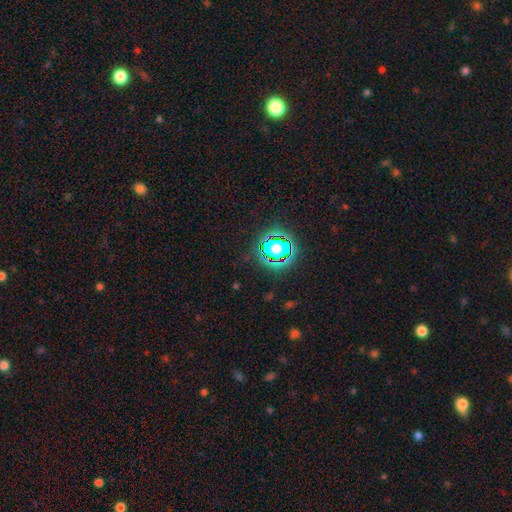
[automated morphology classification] Smooth or featured? star or artifact (81%)